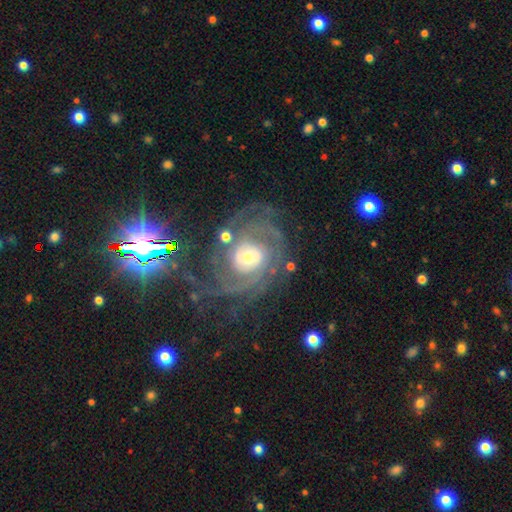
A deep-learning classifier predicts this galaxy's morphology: Overall: featured or disk (84%). Edge-on disk: no (97%). Bar: no (58%; weak 31%). Spiral arms: yes (97%). Spiral arm count: 2 (28%; can't tell 27%). Spiral winding: tight (65%; medium 29%). Bulge size: moderate (48%; small 42%). Merging: none (70%).